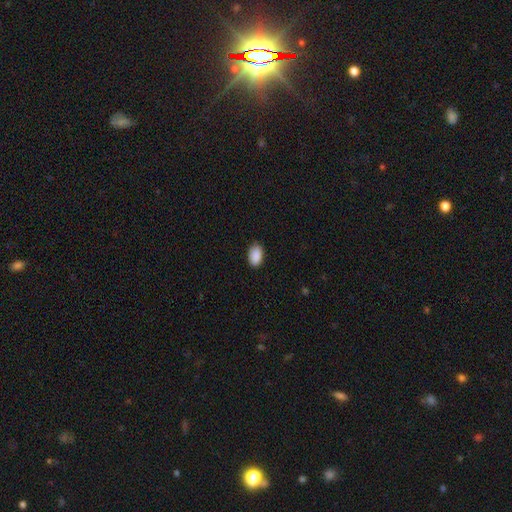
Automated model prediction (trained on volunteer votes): smooth 91%, star or artifact 7%, featured or disk 2%. Down the decision tree: how rounded — in between (92%); merging — none (86%).